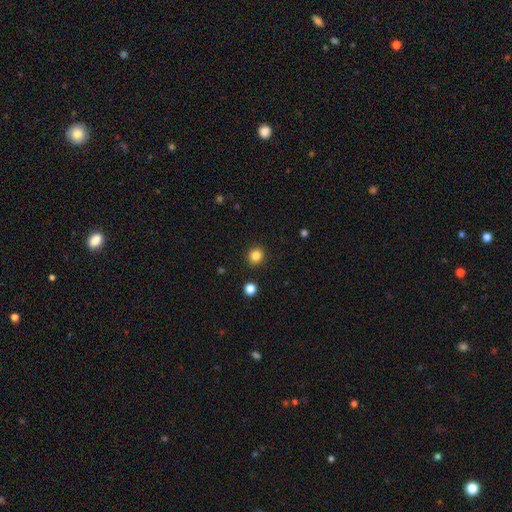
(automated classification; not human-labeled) Smooth or featured: smooth — 84% (star or artifact — 11%)
How rounded: round — 82% (in between — 17%)
Merging: none — 91% (minor disturbance — 5%)